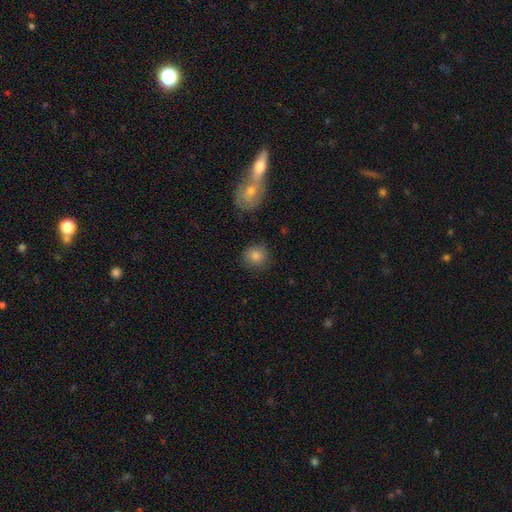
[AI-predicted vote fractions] A smooth galaxy with no disk features (83%) that is round (87%).

Vote fractions:
- Smooth or featured? smooth: 83% / star or artifact: 10% / featured or disk: 7%
- How rounded? round: 87% / in between: 12% / cigar-shaped: 1%
- Merging? none: 84% / minor disturbance: 11% / major disturbance: 3% / merger: 2%